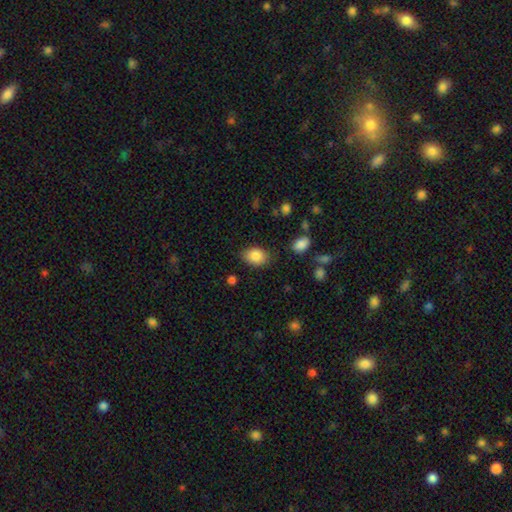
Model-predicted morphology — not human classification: Overall: smooth (86%). How rounded: in between (75%). Merging: none (79%).